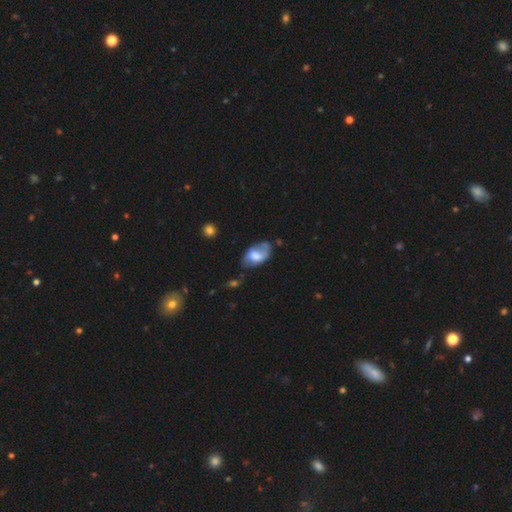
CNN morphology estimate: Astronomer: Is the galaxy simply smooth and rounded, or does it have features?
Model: smooth — 51% (runner-up: featured or disk, 42%).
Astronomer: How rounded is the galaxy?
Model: in between — 91%.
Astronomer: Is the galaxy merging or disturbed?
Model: none — 44% (runner-up: minor disturbance, 33%).